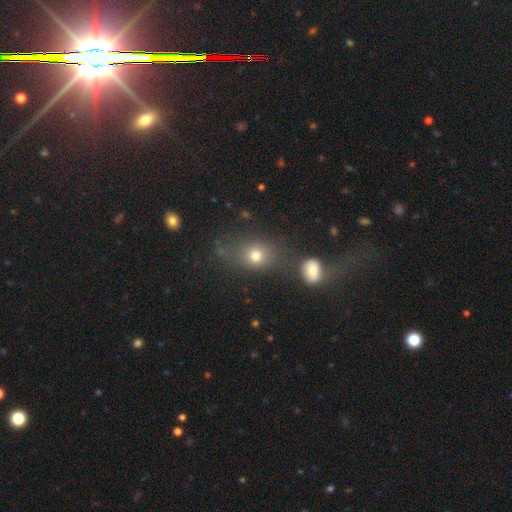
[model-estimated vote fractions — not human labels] A smooth galaxy with no disk features (73%) that is round (55%).

Vote fractions:
- Smooth or featured? smooth: 73% / star or artifact: 16% / featured or disk: 12%
- How rounded? round: 55% / in between: 43% / cigar-shaped: 2%
- Merging? none: 61% / minor disturbance: 15% / merger: 14% / major disturbance: 10%